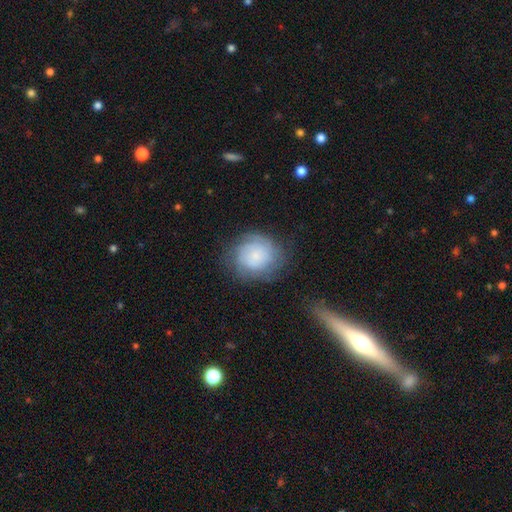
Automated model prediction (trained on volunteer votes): Overall: smooth (50%; featured or disk 40%). How rounded: round (80%). Merging: none (68%).